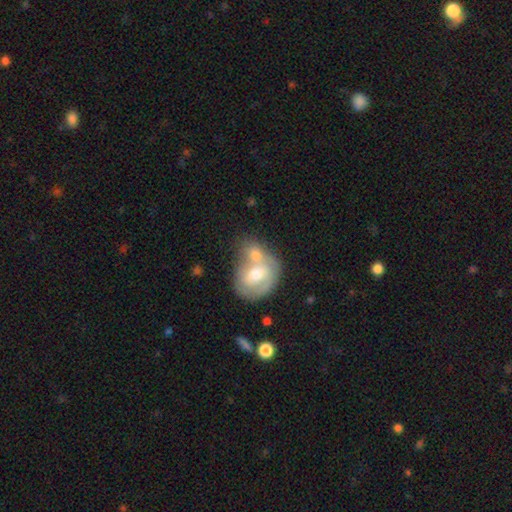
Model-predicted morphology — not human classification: smooth_or_featured: featured or disk (p=0.54) [alt: smooth p=0.37]
disk_edge_on: no (p=0.95) [alt: yes p=0.05]
bar: no (p=0.50) [alt: weak p=0.37]
has_spiral_arms: no (p=0.51) [alt: yes p=0.49]
bulge_size: moderate (p=0.68) [alt: small p=0.25]
merging: merger (p=0.53) [alt: none p=0.31]